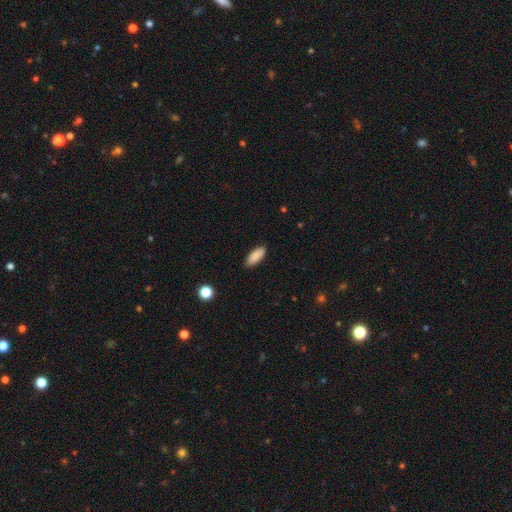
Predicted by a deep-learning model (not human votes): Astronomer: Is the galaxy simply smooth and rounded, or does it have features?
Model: smooth — 89%.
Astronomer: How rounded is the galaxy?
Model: in between — 80%.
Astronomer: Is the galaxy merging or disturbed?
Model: none — 87%.